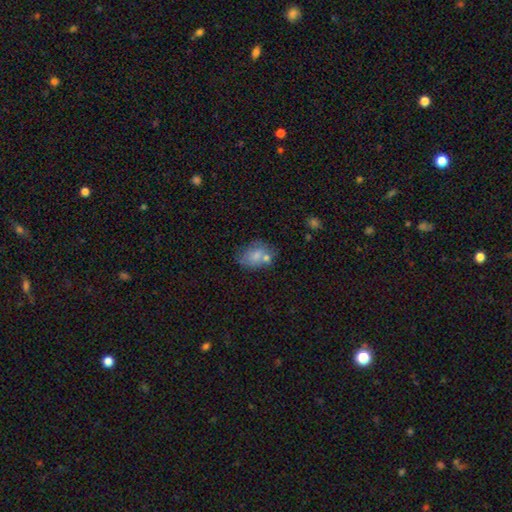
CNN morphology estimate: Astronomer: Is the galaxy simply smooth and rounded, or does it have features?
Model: smooth — 71%.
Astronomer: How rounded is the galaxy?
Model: in between — 74%.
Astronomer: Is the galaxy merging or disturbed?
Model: none — 48% (runner-up: merger, 24%).